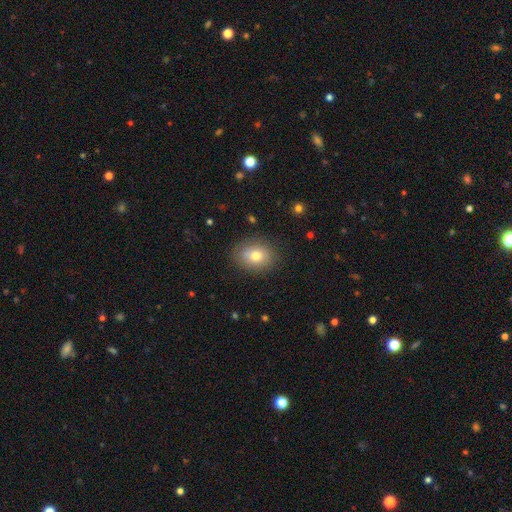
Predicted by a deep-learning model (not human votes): Morphology: type=smooth (75%); roundness=in between (61%); merging=none (82%).